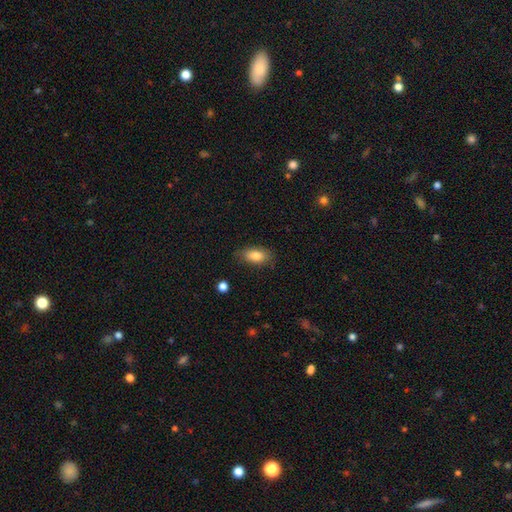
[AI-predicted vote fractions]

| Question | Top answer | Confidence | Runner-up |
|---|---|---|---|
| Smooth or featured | smooth | 84% | featured or disk (9%) |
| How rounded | in between | 88% | cigar-shaped (7%) |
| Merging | none | 82% | minor disturbance (14%) |